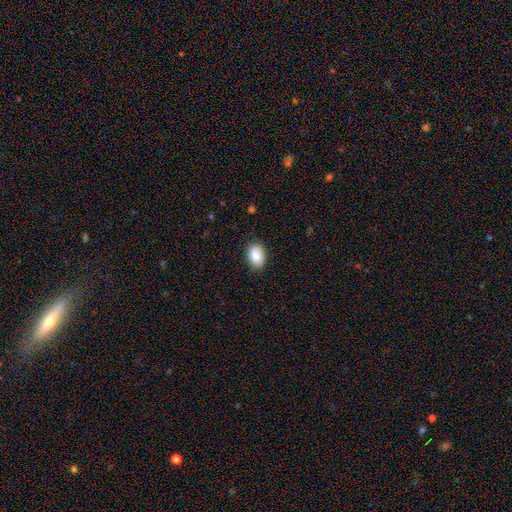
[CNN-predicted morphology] type=smooth (85%); roundness=in between (80%); merging=none (85%).